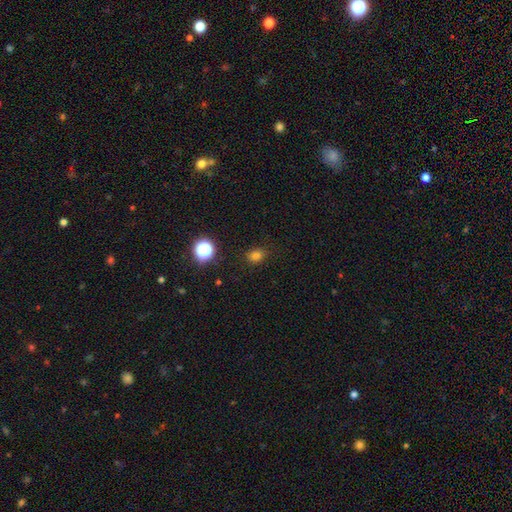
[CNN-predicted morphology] A smooth galaxy with no disk features (78%) that is round (51%). Merging: none (84%).